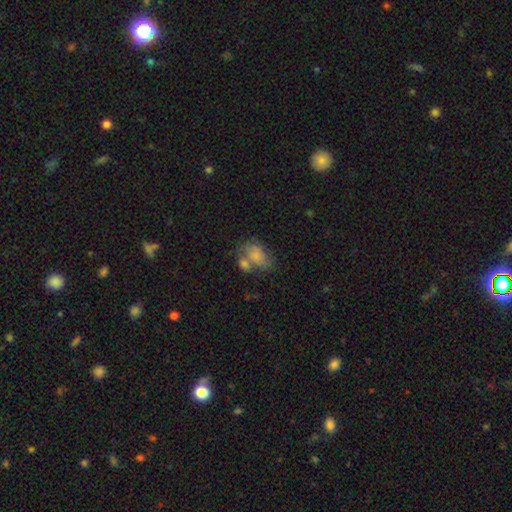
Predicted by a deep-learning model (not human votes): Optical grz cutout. It shows a smooth galaxy with no disk features (69%) that is in between round and cigar-shaped (77%). Merging: merger (44%).